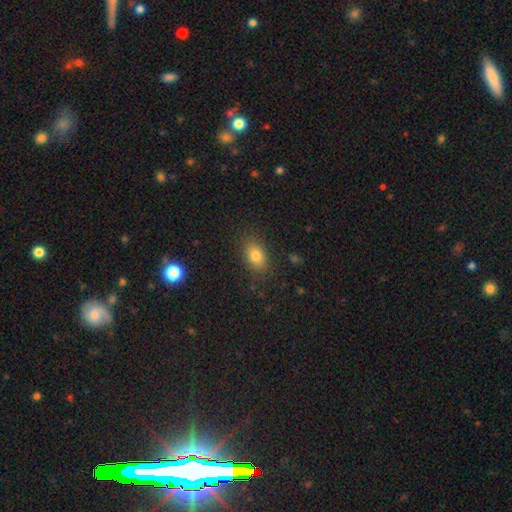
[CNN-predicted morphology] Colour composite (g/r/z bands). It shows a smooth galaxy with no disk features (80%) that is in between round and cigar-shaped (82%). Merging: none (85%).